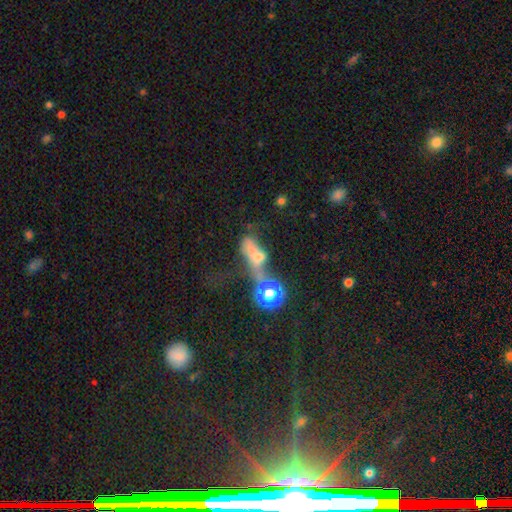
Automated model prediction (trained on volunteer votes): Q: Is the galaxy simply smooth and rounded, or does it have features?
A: smooth — 46%.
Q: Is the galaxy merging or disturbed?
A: merger — 43%.